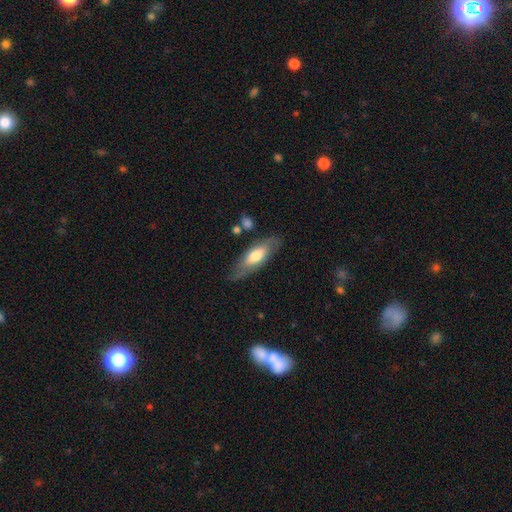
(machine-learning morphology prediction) Q: Smooth or featured?
A: smooth (57%); runner-up: featured or disk (37%)
Q: How rounded?
A: in between (65%); runner-up: cigar-shaped (33%)
Q: Merging?
A: none (73%); runner-up: minor disturbance (18%)